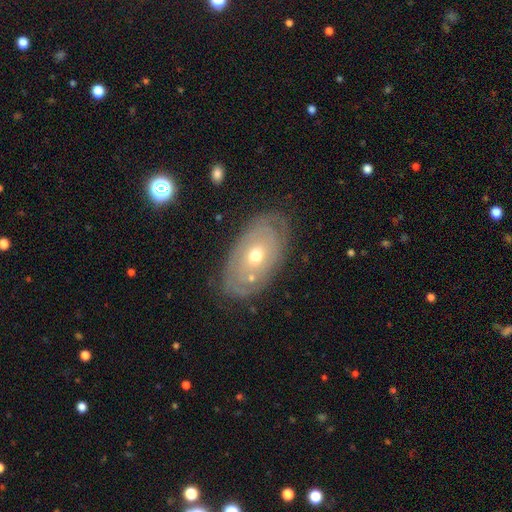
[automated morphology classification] Smooth or featured?
  - featured or disk: 68% *
  - smooth: 25%
  - star or artifact: 7%
Edge-on disk?
  - no: 92% *
  - yes: 8%
Bar?
  - no: 86% *
  - weak: 11%
  - strong: 3%
Spiral arms?
  - yes: 55% *
  - no: 45%
Bulge size?
  - moderate: 62% *
  - small: 34%
  - large: 3%
  - dominant: 1%
  - none: 1%
Merging?
  - none: 76% *
  - minor disturbance: 16%
  - major disturbance: 5%
  - merger: 4%